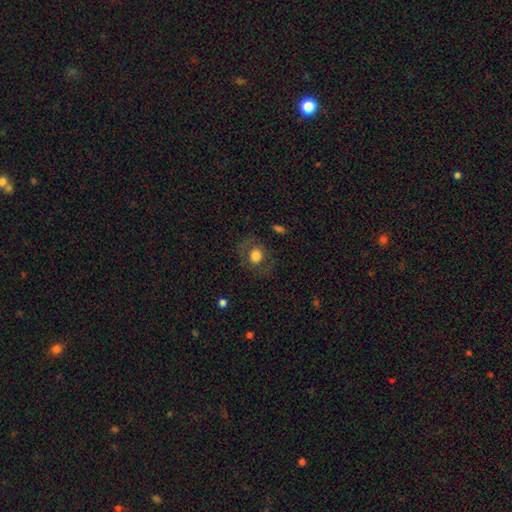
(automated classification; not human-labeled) This is likely a smooth galaxy (66%). How rounded: likely round (64%). Merging: likely none (77%).